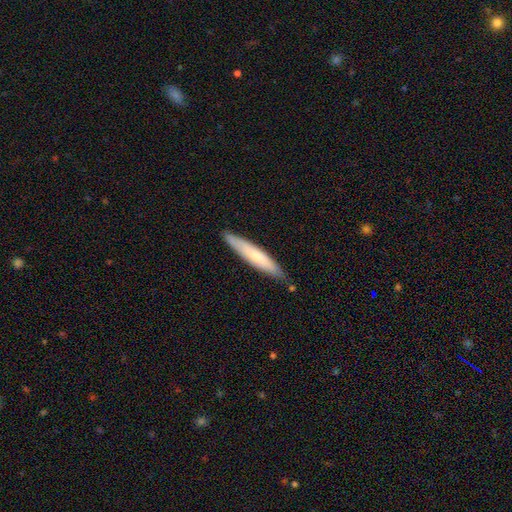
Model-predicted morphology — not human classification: Smooth or featured: smooth — 65% (featured or disk — 30%)
How rounded: cigar-shaped — 91% (in between — 8%)
Merging: none — 84% (minor disturbance — 13%)